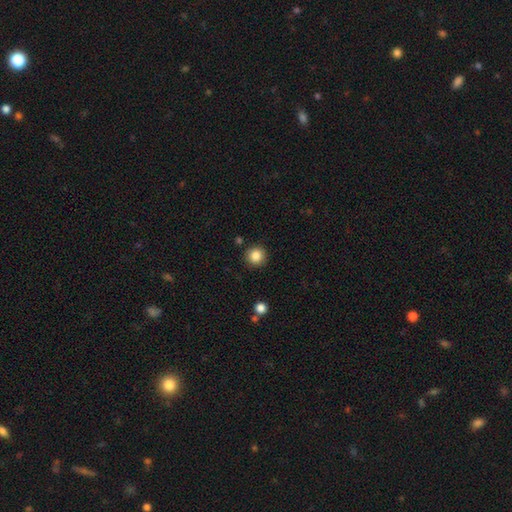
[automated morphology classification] type=smooth (86%); roundness=round (94%); merging=none (91%).